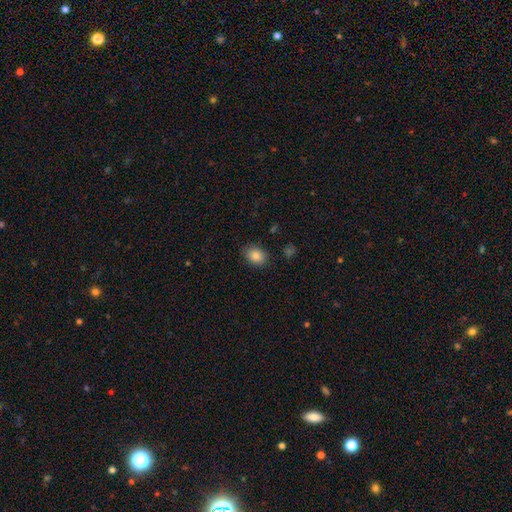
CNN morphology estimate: Q: Smooth or featured?
A: smooth (85%); runner-up: star or artifact (9%)
Q: How rounded?
A: in between (66%); runner-up: round (33%)
Q: Merging?
A: none (84%); runner-up: minor disturbance (11%)